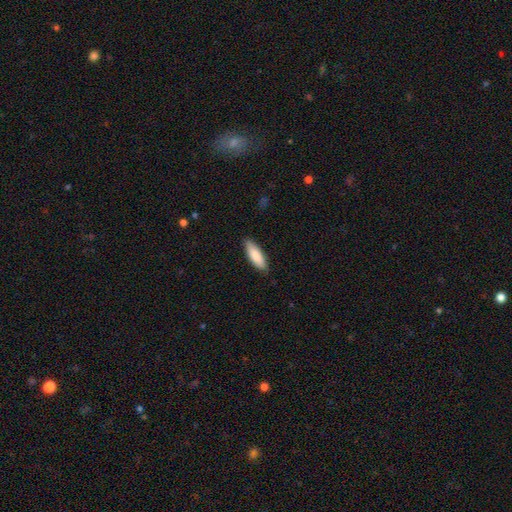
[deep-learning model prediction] smooth 85%, featured or disk 10%, star or artifact 5%. Down the decision tree: how rounded — in between (54%); merging — none (87%).